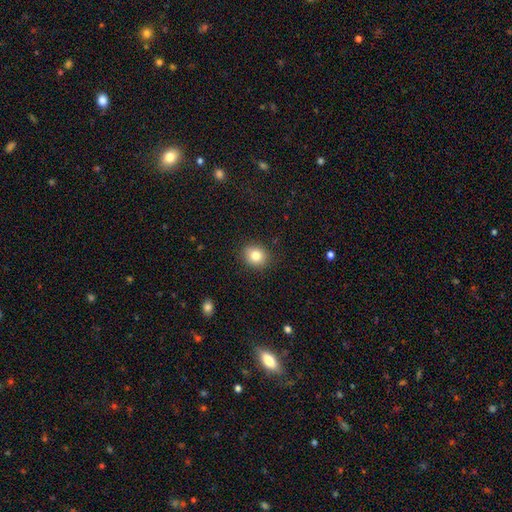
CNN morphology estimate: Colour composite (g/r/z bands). It shows a smooth galaxy with no disk features (82%) that is round (70%). Merging: none (88%).